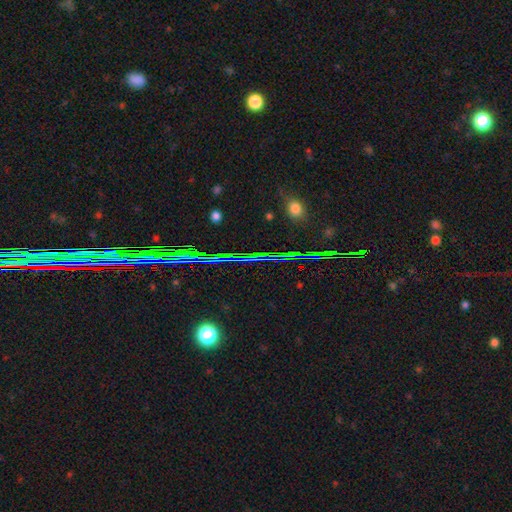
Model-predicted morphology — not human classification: The model was most divided on "smooth or featured": star or artifact: 66%, smooth: 23%, featured or disk: 11%.